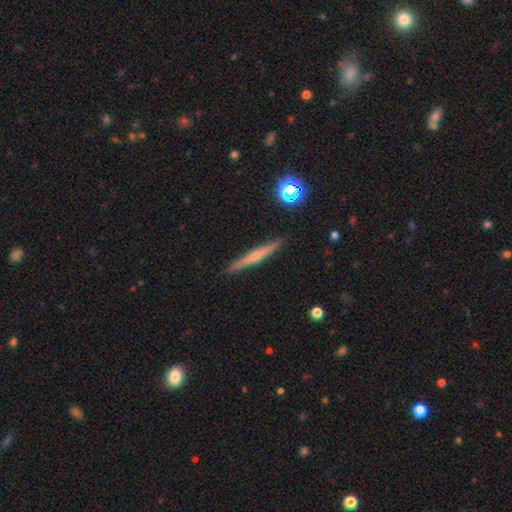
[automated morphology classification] Smooth or featured: featured or disk — 50% (smooth — 42%)
Merging: none — 91% (minor disturbance — 6%)